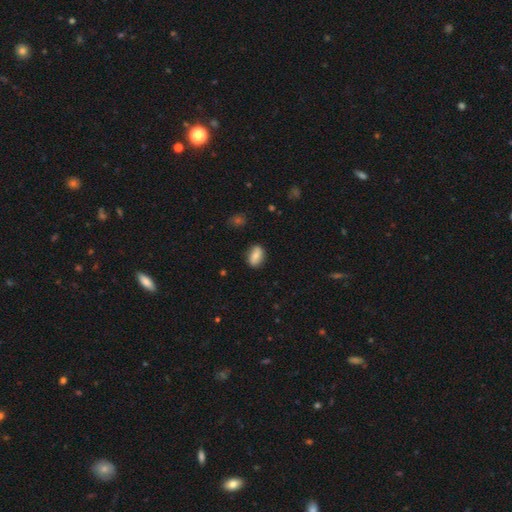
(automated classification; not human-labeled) smooth 73%, featured or disk 19%, star or artifact 8%. Down the decision tree: how rounded — in between (84%); merging — none (85%).